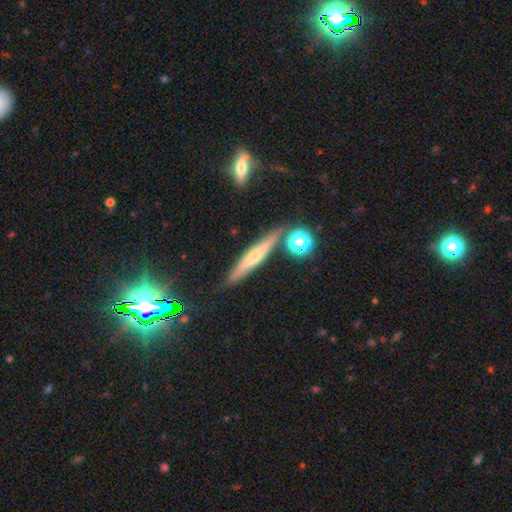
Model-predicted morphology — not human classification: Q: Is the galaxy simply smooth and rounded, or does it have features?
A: featured or disk — 50%.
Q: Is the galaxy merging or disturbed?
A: none — 82%.